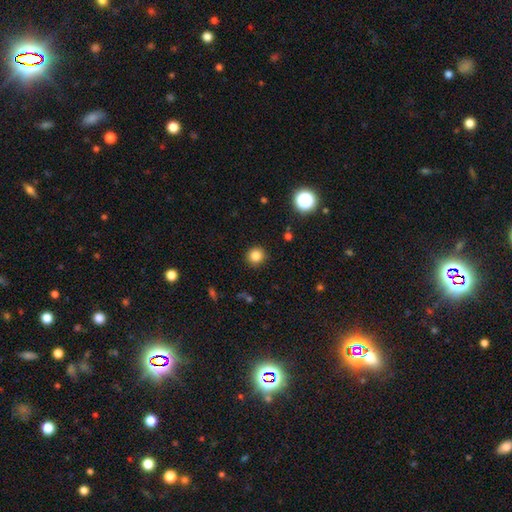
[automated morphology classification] smooth 82%, star or artifact 13%, featured or disk 5%. Down the decision tree: how rounded — round (93%); merging — none (91%).